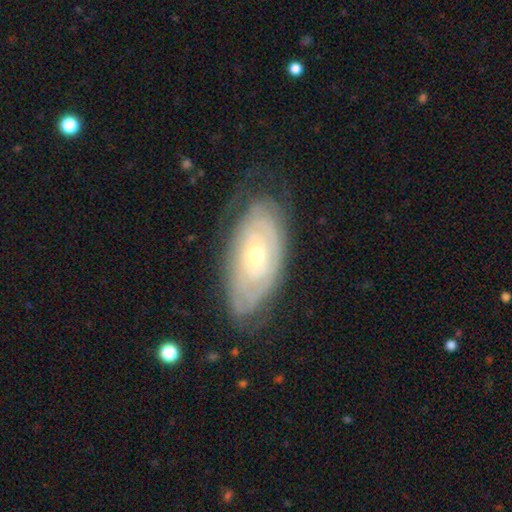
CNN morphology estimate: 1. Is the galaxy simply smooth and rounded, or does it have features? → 79% featured or disk, 16% smooth, 6% star or artifact.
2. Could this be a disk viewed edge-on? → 91% no, 9% yes.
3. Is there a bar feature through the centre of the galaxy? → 83% no, 13% weak, 4% strong.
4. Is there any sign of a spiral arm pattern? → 83% yes, 17% no.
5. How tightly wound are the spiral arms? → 82% tight, 13% medium, 5% loose.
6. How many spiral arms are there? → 61% can't tell, 16% 2, 8% 3, 6% 4, 5% more than 4, 4% 1.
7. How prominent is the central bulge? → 49% moderate, 47% small, 2% large, 1% dominant, 1% none.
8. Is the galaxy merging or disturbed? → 73% none, 19% minor disturbance, 7% major disturbance, 1% merger.